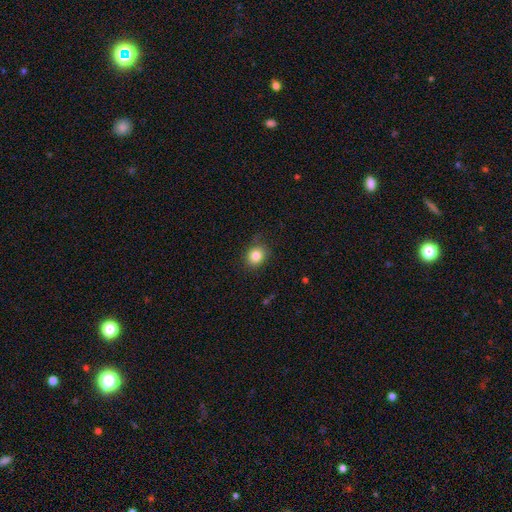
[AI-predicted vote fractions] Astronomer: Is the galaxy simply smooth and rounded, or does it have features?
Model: smooth — 84%.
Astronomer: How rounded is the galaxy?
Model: round — 69%.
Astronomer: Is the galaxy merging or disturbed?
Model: none — 82%.